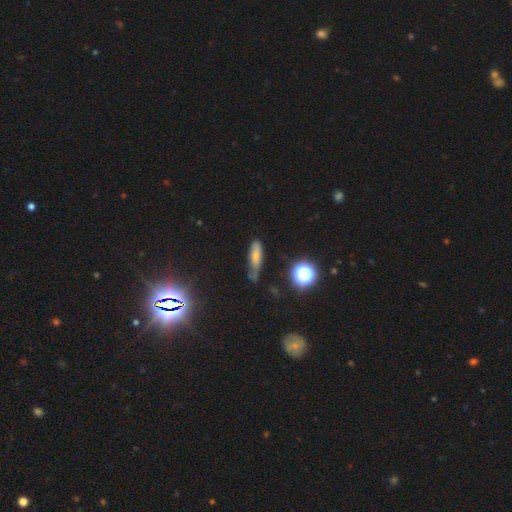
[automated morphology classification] Smooth or featured? Predicted: smooth (p=0.63). How rounded? Predicted: cigar-shaped (p=0.54). Merging? Predicted: none (p=0.48).